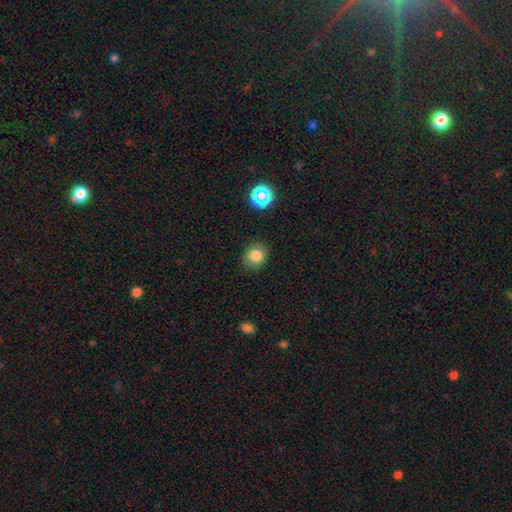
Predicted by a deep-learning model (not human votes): Overall: smooth (81%). How rounded: round (82%). Merging: none (87%).